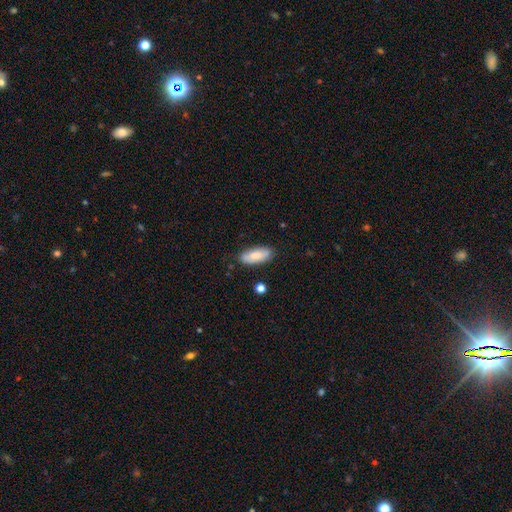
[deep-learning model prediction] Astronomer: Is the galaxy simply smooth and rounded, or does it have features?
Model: smooth — 80%.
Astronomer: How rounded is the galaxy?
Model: in between — 79%.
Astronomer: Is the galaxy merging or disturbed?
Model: none — 81%.